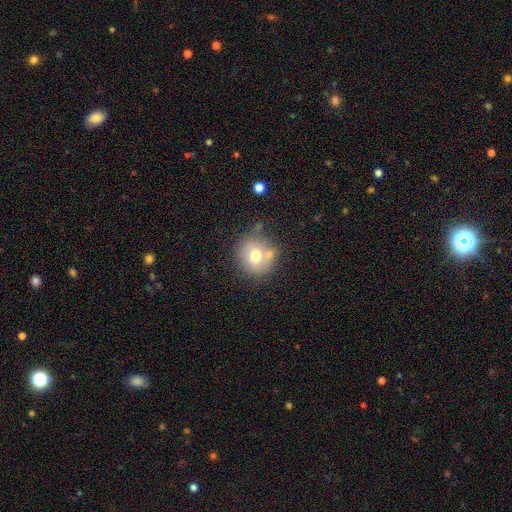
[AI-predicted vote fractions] smooth 70%, featured or disk 19%, star or artifact 11%. Down the decision tree: how rounded — round (87%); merging — none (63%).